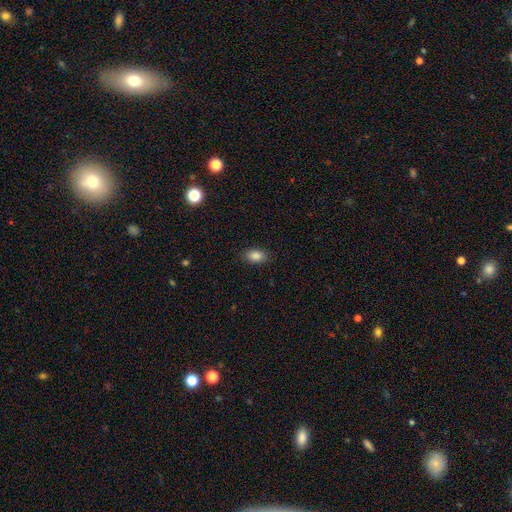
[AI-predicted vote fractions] Smooth or featured? Predicted: smooth (p=0.87). How rounded? Predicted: in between (p=0.88). Merging? Predicted: none (p=0.88).